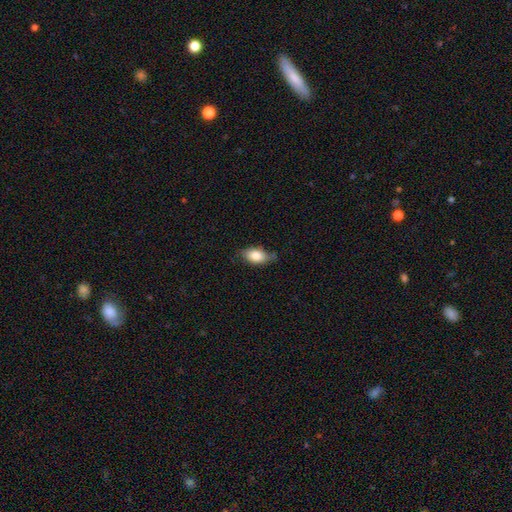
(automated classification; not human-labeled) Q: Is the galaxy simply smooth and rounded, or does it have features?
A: smooth — 81%.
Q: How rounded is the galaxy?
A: in between — 90%.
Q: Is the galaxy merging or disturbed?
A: none — 67%.